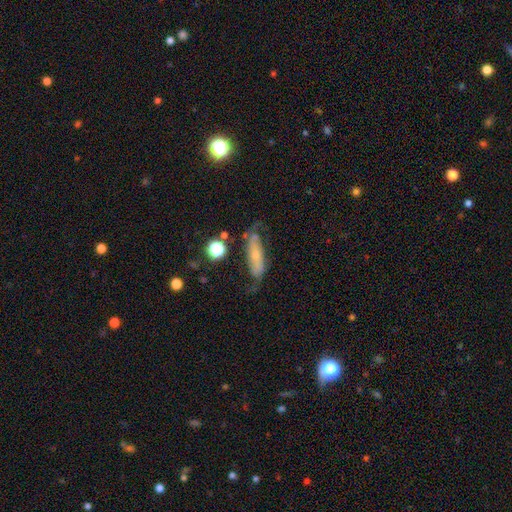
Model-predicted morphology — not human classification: smooth_or_featured: featured or disk (p=0.57) [alt: smooth p=0.34]
disk_edge_on: no (p=0.74) [alt: yes p=0.26]
merging: none (p=0.54) [alt: minor disturbance p=0.25]